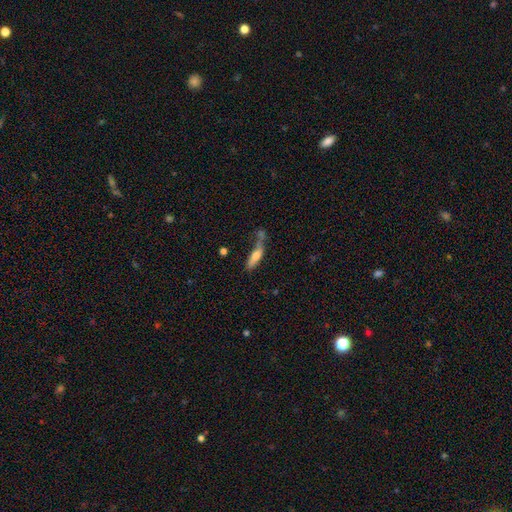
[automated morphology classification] type=smooth (62%); roundness=cigar-shaped (67%); merging=none (37%).